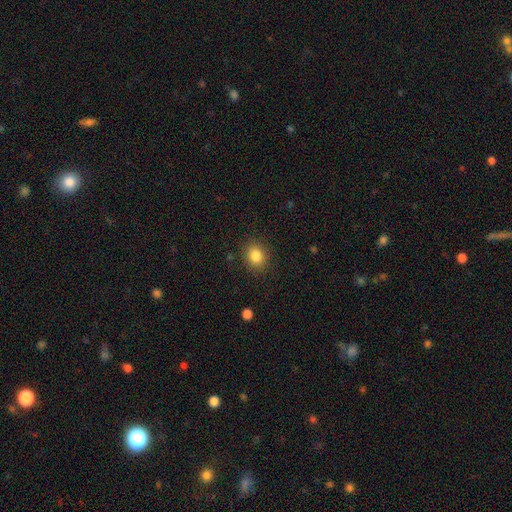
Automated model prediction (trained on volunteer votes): Smooth or featured? smooth (84%)
How rounded? round (65%)
Merging? none (88%)